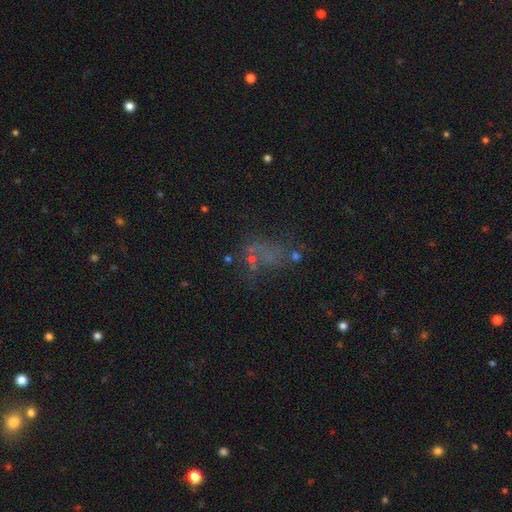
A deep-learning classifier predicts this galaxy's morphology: This appears to be a featured or disk galaxy (34%). Merging: none (39%).